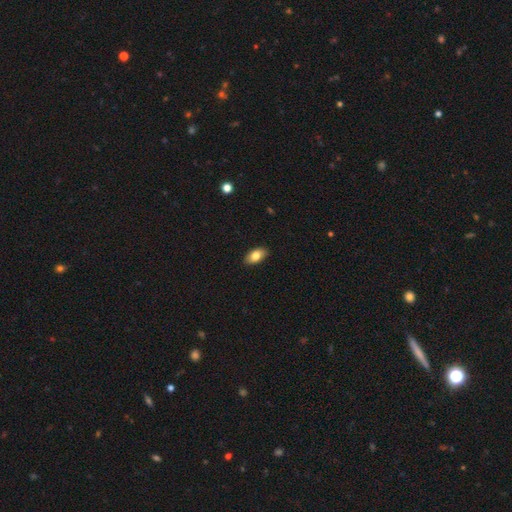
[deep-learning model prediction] This is clearly a smooth galaxy (80%). How rounded: clearly in between (92%). Merging: clearly none (88%).